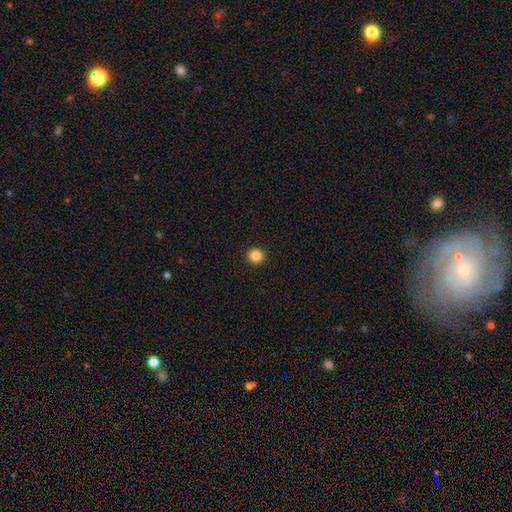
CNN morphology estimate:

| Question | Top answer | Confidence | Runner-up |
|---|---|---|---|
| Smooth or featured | smooth | 86% | star or artifact (11%) |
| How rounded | round | 88% | in between (11%) |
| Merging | none | 93% | minor disturbance (4%) |